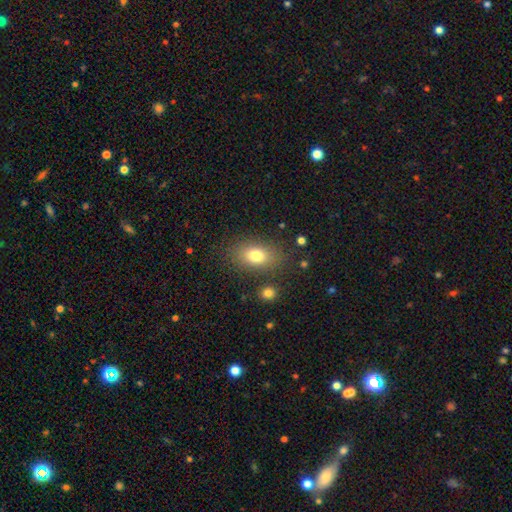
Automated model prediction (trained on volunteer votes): smooth-or-featured: smooth: 78% | featured or disk: 12% | star or artifact: 10%
  how-rounded: in between: 84% | round: 14% | cigar-shaped: 2%
  merging: none: 81% | minor disturbance: 11% | major disturbance: 5% | merger: 3%